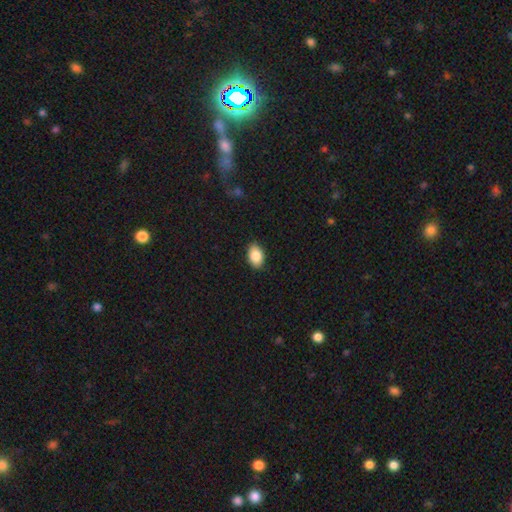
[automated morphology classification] smooth-or-featured: smooth: 87% | star or artifact: 8% | featured or disk: 6%
  how-rounded: in between: 87% | round: 11% | cigar-shaped: 1%
  merging: none: 88% | minor disturbance: 10% | major disturbance: 2% | merger: 1%